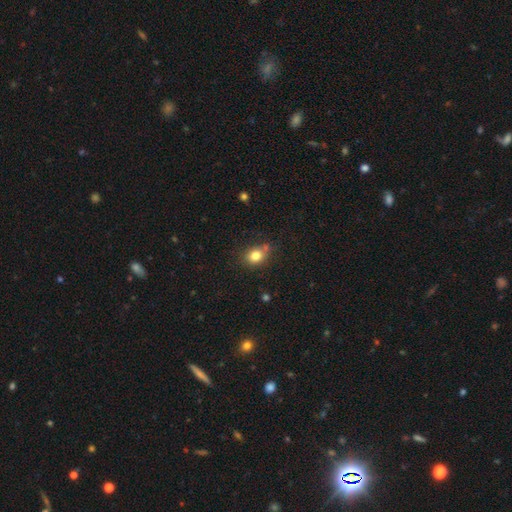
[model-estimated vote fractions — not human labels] Overall: smooth (81%). How rounded: round (53%; in between 46%). Merging: none (70%).